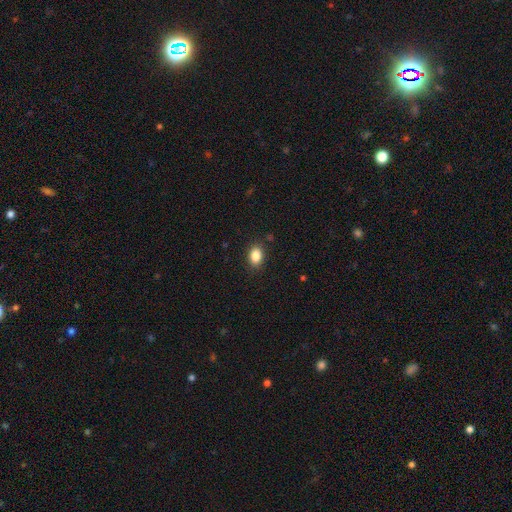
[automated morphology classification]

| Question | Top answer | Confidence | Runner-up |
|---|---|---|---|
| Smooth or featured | smooth | 86% | star or artifact (9%) |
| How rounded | in between | 77% | round (22%) |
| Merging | none | 86% | minor disturbance (10%) |